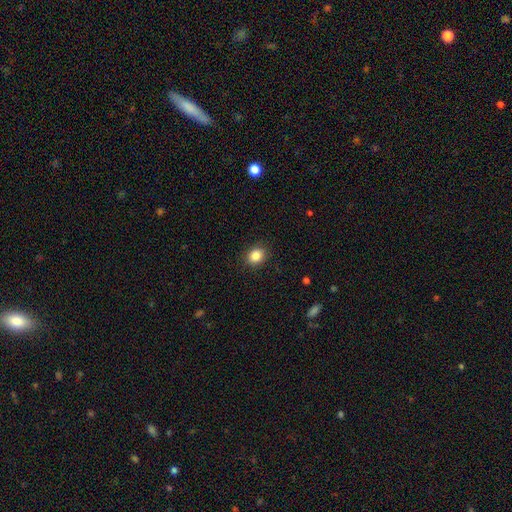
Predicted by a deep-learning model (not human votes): Smooth or featured? Predicted: smooth (p=0.85). How rounded? Predicted: round (p=0.60). Merging? Predicted: none (p=0.89).